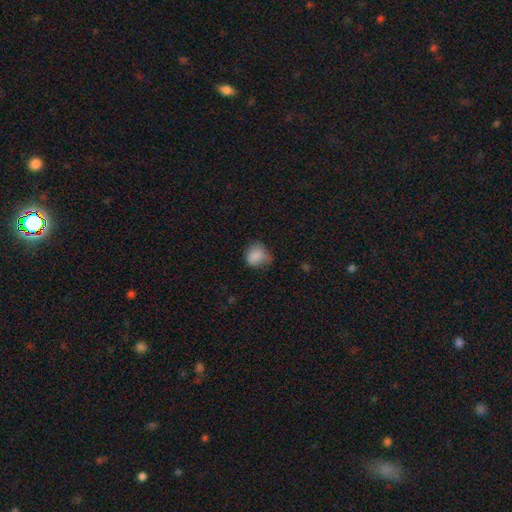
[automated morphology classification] Overall: smooth (83%). How rounded: round (58%; in between 41%). Merging: none (51%; minor disturbance 35%).